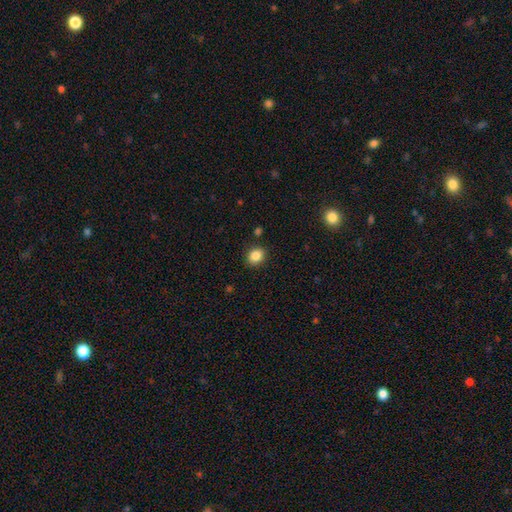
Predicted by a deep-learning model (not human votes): A smooth galaxy with no disk features (86%) that is round (54%).

Vote fractions:
- Smooth or featured? smooth: 86% / star or artifact: 10% / featured or disk: 4%
- How rounded? round: 54% / in between: 45% / cigar-shaped: 1%
- Merging? none: 88% / minor disturbance: 8% / major disturbance: 2% / merger: 2%